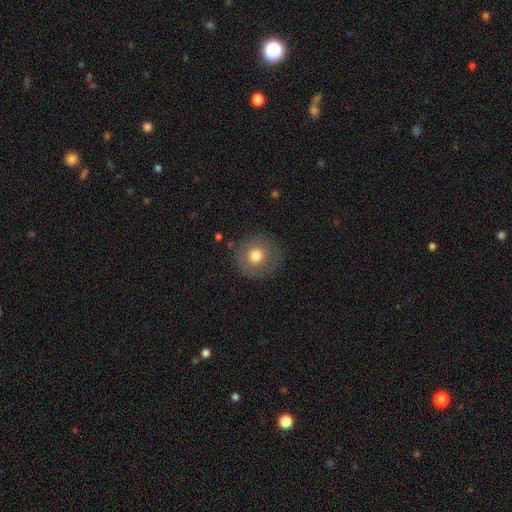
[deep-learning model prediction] smooth-or-featured: smooth: 73% | featured or disk: 17% | star or artifact: 10%
  how-rounded: round: 94% | in between: 5% | cigar-shaped: 1%
  merging: none: 85% | minor disturbance: 9% | major disturbance: 4% | merger: 1%